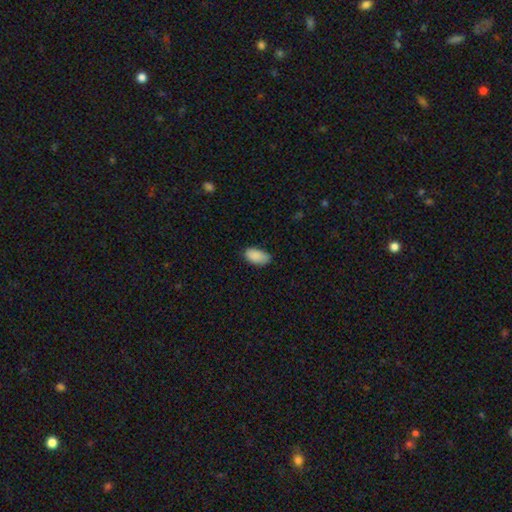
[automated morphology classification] smooth_or_featured: smooth (p=0.89) [alt: star or artifact p=0.07]
how_rounded: in between (p=0.94) [alt: round p=0.03]
merging: none (p=0.72) [alt: minor disturbance p=0.23]